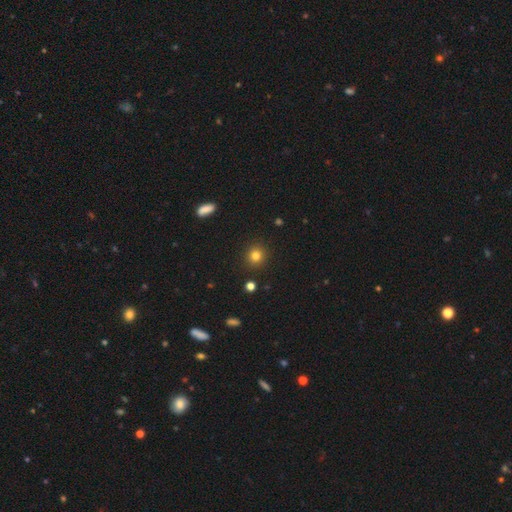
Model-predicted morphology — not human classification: This appears to be a smooth galaxy with no disk features (81%) that is round (90%). Merging: none (91%).